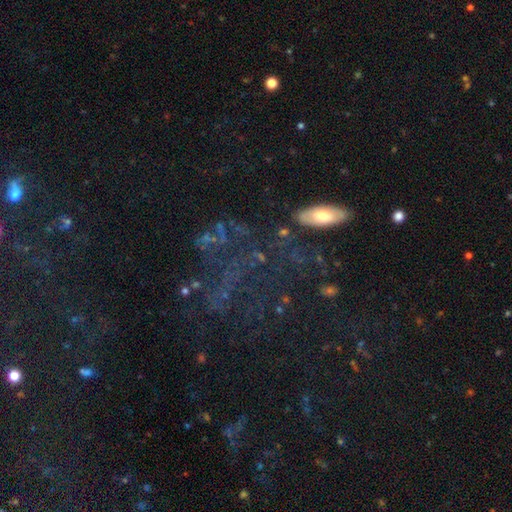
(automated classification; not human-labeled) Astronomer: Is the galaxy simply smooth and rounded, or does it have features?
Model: star or artifact — 41% (runner-up: featured or disk, 32%).